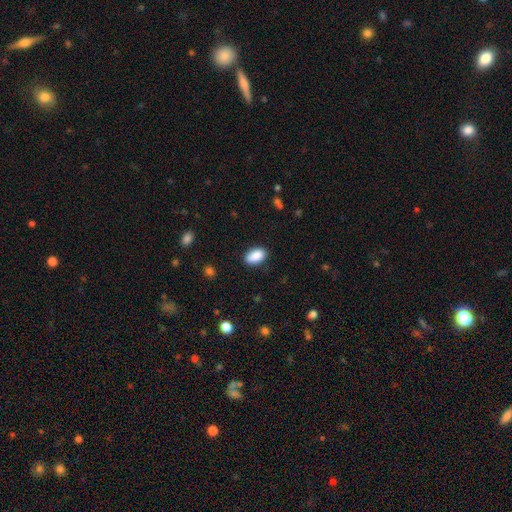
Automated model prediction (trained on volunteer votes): Q: Smooth or featured?
A: smooth (88%); runner-up: star or artifact (7%)
Q: How rounded?
A: in between (93%); runner-up: round (5%)
Q: Merging?
A: none (84%); runner-up: minor disturbance (12%)